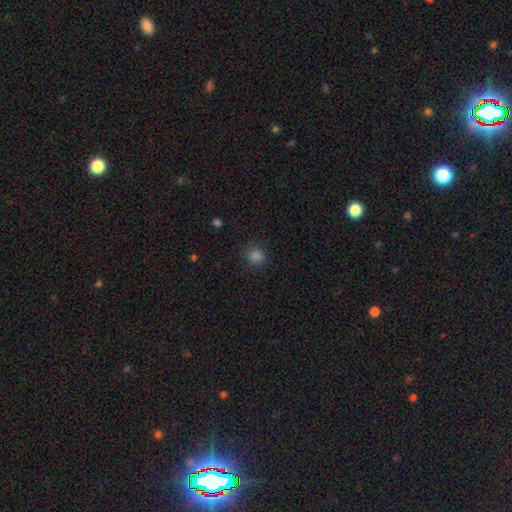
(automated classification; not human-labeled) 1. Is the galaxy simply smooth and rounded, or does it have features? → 82% smooth, 14% star or artifact, 3% featured or disk.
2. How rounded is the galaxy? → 91% round, 8% in between, 1% cigar-shaped.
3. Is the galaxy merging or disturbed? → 86% none, 9% minor disturbance, 3% major disturbance, 1% merger.